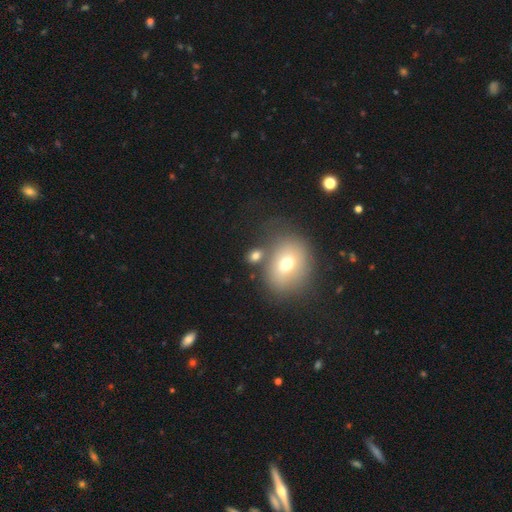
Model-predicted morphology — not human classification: A smooth galaxy with no disk features (72%) that is in between round and cigar-shaped (58%). Merging: none (58%).